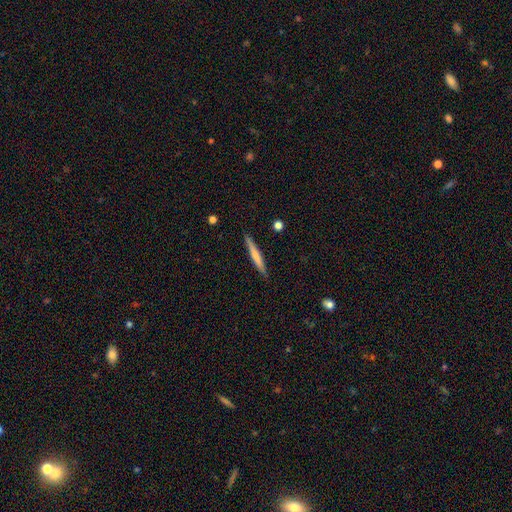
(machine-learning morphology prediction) smooth_or_featured: smooth (p=0.60) [alt: featured or disk p=0.34]
how_rounded: cigar-shaped (p=0.95) [alt: in between p=0.03]
merging: none (p=0.89) [alt: minor disturbance p=0.08]